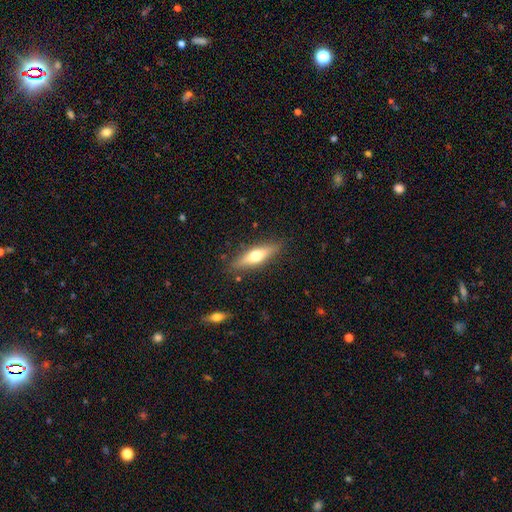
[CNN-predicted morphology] A smooth galaxy with no disk features (50%).

Vote fractions:
- Smooth or featured? smooth: 50% / featured or disk: 44% / star or artifact: 6%
- Merging? none: 86% / minor disturbance: 10% / major disturbance: 2% / merger: 2%